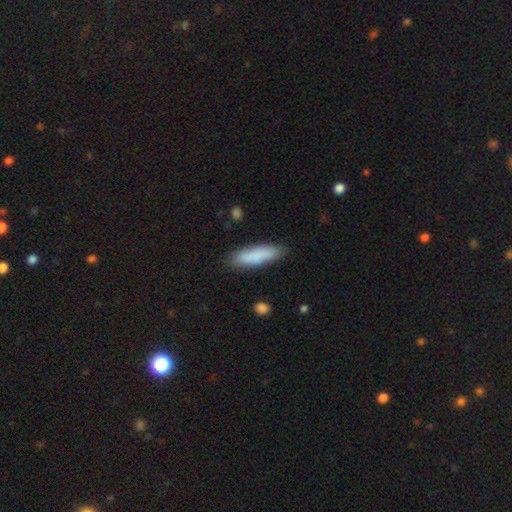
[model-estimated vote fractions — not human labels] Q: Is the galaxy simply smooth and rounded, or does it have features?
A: smooth — 82%.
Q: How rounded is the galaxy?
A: cigar-shaped — 60%.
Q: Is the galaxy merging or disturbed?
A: none — 79%.